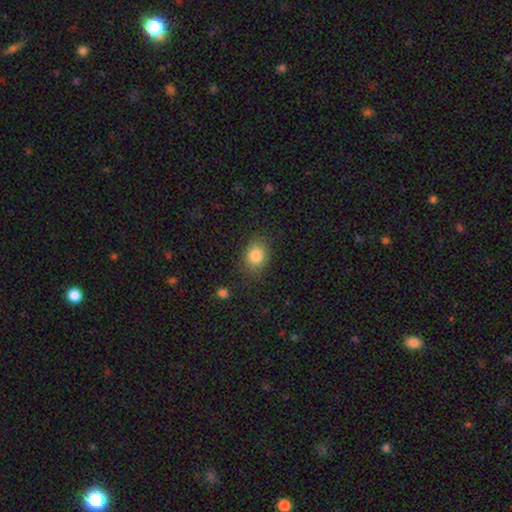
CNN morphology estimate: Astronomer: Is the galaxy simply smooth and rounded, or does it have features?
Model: smooth — 84%.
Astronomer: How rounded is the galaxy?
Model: in between — 56% (runner-up: round, 43%).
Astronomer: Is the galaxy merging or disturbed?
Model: none — 82%.